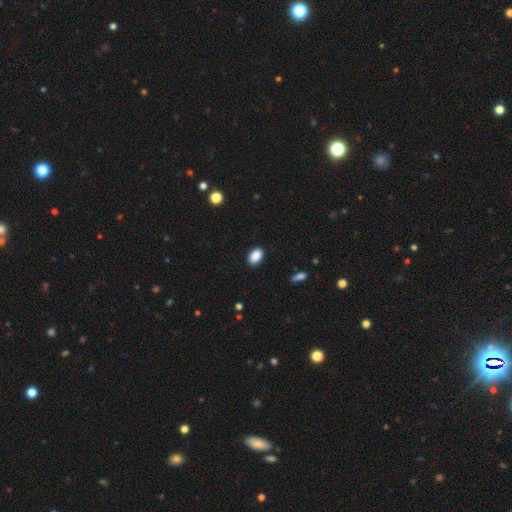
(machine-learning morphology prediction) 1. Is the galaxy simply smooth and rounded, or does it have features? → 89% smooth, 8% star or artifact, 3% featured or disk.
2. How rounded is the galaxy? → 88% in between, 10% round, 1% cigar-shaped.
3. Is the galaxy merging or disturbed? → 87% none, 10% minor disturbance, 2% major disturbance, 1% merger.